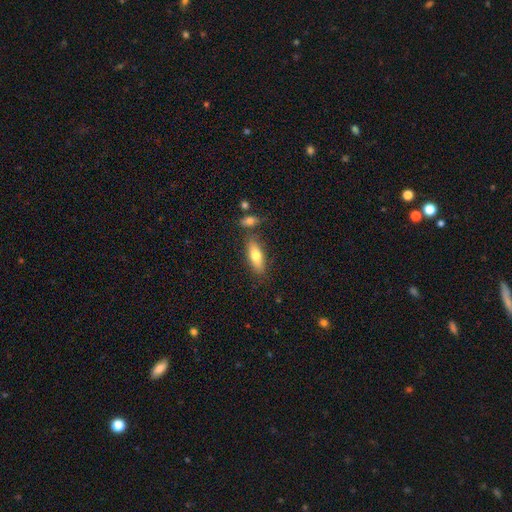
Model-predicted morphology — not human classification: Overall: smooth (71%). How rounded: in between (68%; cigar-shaped 30%). Merging: none (76%).